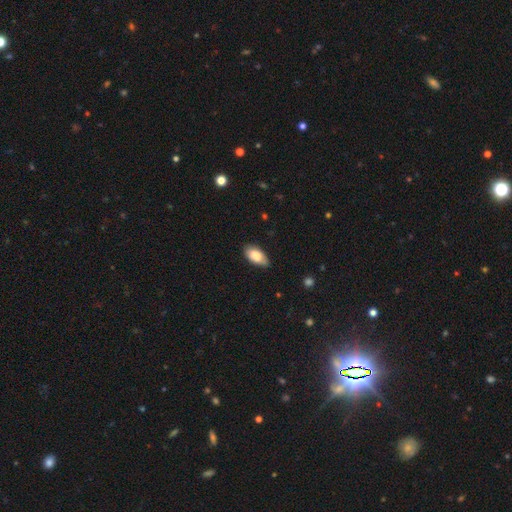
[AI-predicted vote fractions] This appears to be a smooth galaxy with no disk features (85%) that is in between round and cigar-shaped (93%). Merging: none (73%).